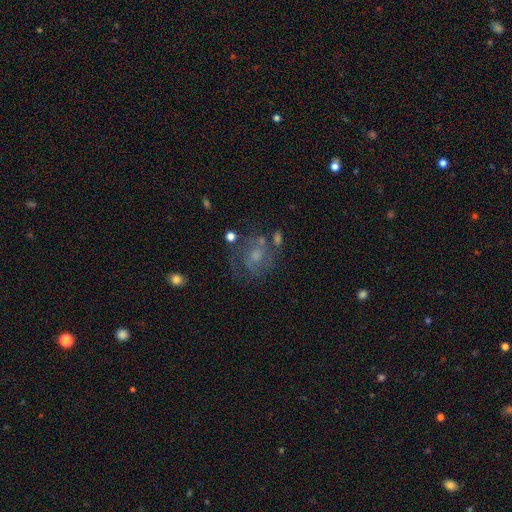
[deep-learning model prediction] A featured or disk galaxy (59%) with no bar (66%), spiral arms (72%) and a small central bulge (44%). Merging: none (52%).